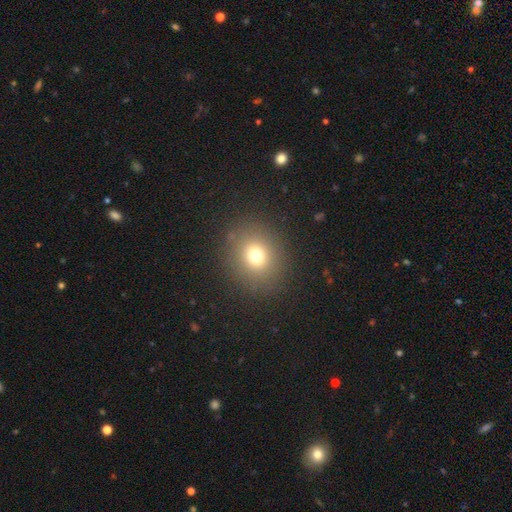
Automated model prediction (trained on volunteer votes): Smooth or featured?
  - smooth: 72% *
  - star or artifact: 17%
  - featured or disk: 11%
How rounded?
  - round: 80% *
  - in between: 19%
  - cigar-shaped: 1%
Merging?
  - none: 88% *
  - minor disturbance: 7%
  - major disturbance: 4%
  - merger: 1%